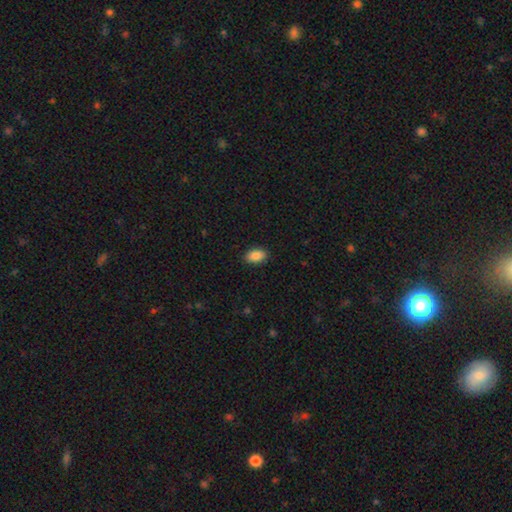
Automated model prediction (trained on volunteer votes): Overall: smooth (87%). How rounded: in between (90%). Merging: none (89%).